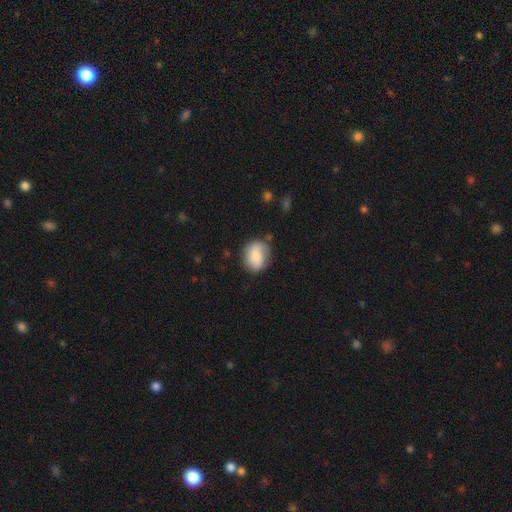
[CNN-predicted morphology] Smooth or featured: smooth — 74% (featured or disk — 19%)
How rounded: round — 51% (in between — 47%)
Merging: none — 72% (minor disturbance — 20%)